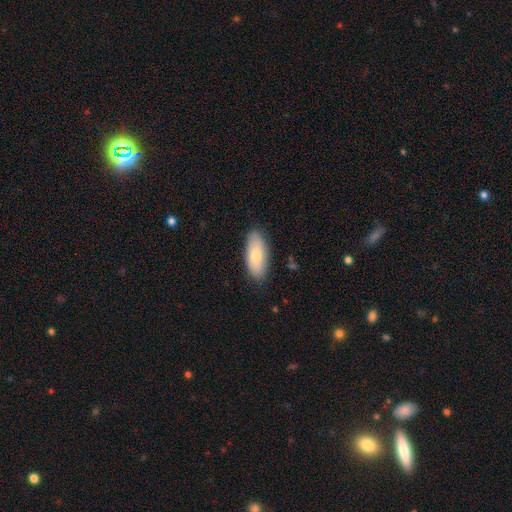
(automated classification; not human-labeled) Morphology: type=smooth (77%); roundness=in between (83%); merging=none (85%).